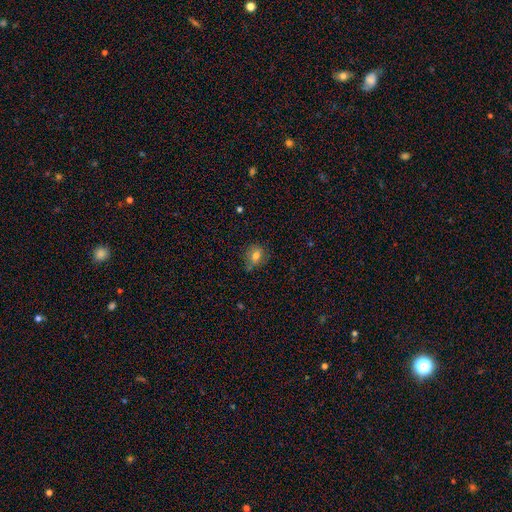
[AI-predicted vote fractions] Smooth or featured? Predicted: smooth (p=0.75). How rounded? Predicted: round (p=0.52). Merging? Predicted: none (p=0.62).